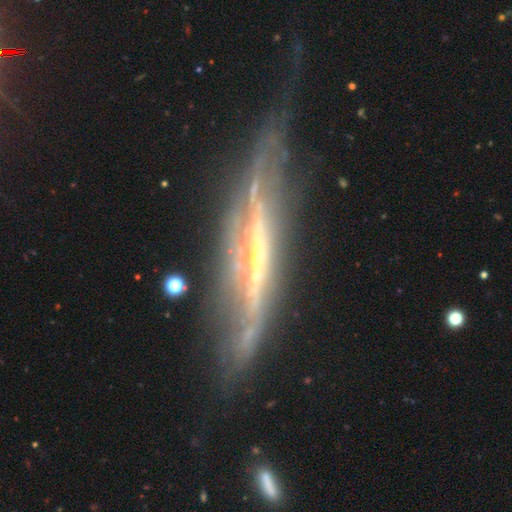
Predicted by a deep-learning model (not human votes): A featured or disk galaxy (86%) viewed edge-on (87%) with a rounded central bulge (51%).

Vote fractions:
- Smooth or featured? featured or disk: 86% / smooth: 8% / star or artifact: 6%
- Edge-on disk? yes: 87% / no: 13%
- Edge-on bulge? rounded: 51% / none: 38% / boxy: 11%
- Merging? none: 65% / minor disturbance: 22% / major disturbance: 10% / merger: 3%